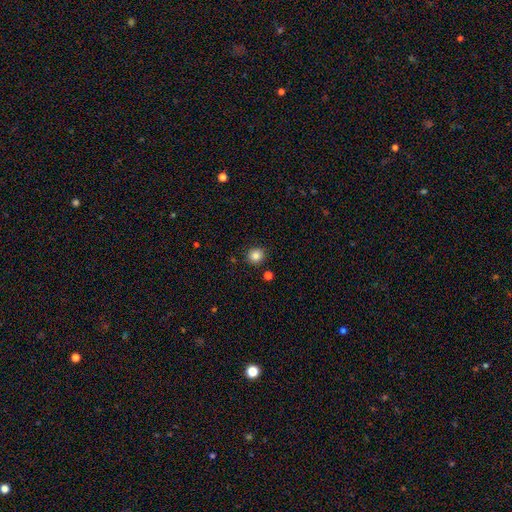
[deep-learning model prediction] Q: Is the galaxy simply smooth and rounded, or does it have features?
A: smooth — 85%.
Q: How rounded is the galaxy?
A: round — 88%.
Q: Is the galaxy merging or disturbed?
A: none — 89%.